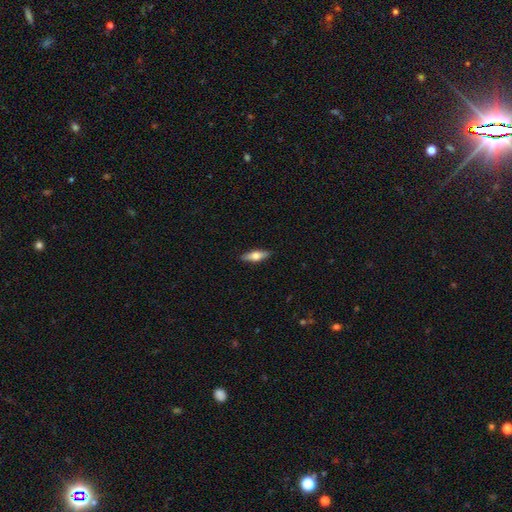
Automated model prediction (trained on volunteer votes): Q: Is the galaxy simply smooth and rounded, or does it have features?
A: smooth — 62%.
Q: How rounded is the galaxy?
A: in between — 56%.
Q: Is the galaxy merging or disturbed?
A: none — 89%.